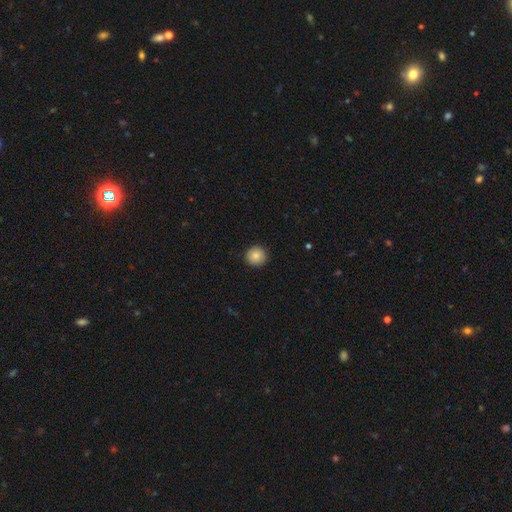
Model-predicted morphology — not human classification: Smooth or featured? Predicted: smooth (p=0.85). How rounded? Predicted: round (p=0.95). Merging? Predicted: none (p=0.91).